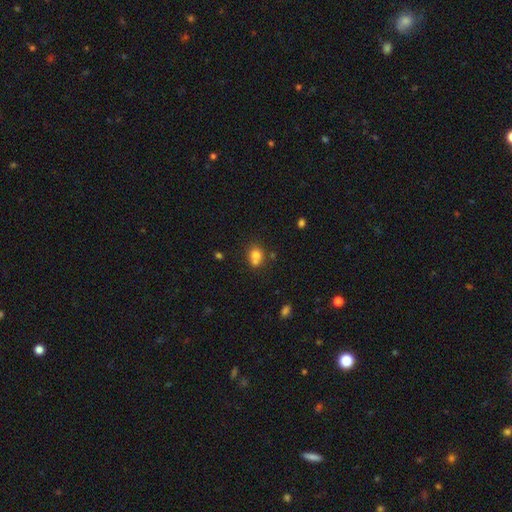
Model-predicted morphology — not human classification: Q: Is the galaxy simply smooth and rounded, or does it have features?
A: smooth — 74%.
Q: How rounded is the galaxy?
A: round — 64%.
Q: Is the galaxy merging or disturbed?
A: merger — 42%.